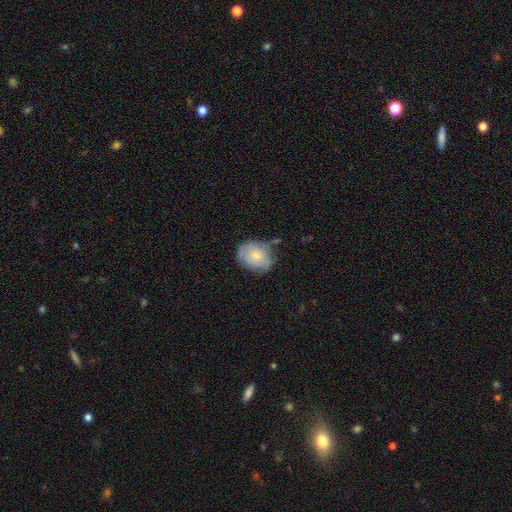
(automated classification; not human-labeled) Morphology: type=smooth (67%); roundness=in between (51%); merging=none (56%).